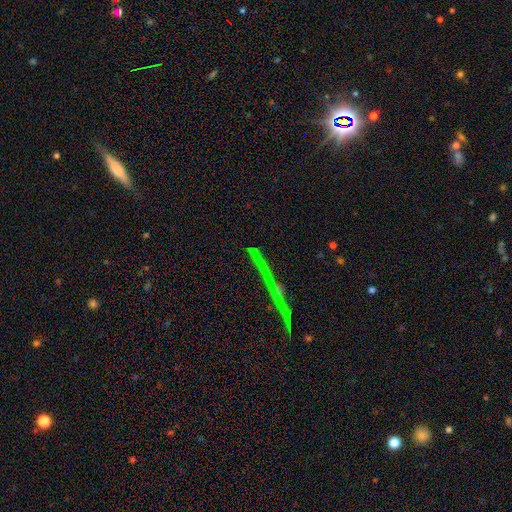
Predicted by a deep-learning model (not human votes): Smooth or featured: star or artifact — 72% (smooth — 14%)